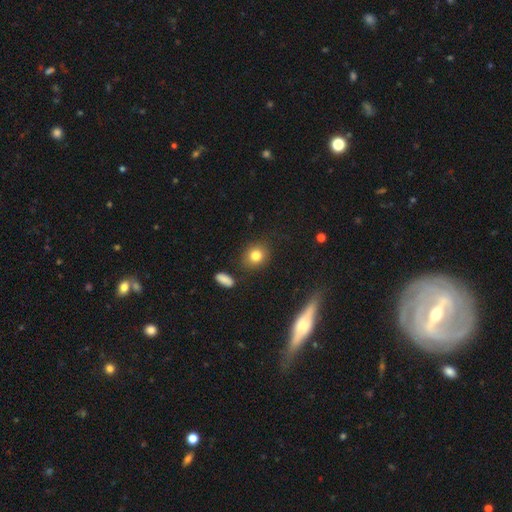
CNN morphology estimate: smooth-or-featured: smooth: 81% | star or artifact: 11% | featured or disk: 8%
  how-rounded: round: 74% | in between: 25% | cigar-shaped: 2%
  merging: none: 84% | minor disturbance: 10% | major disturbance: 3% | merger: 3%